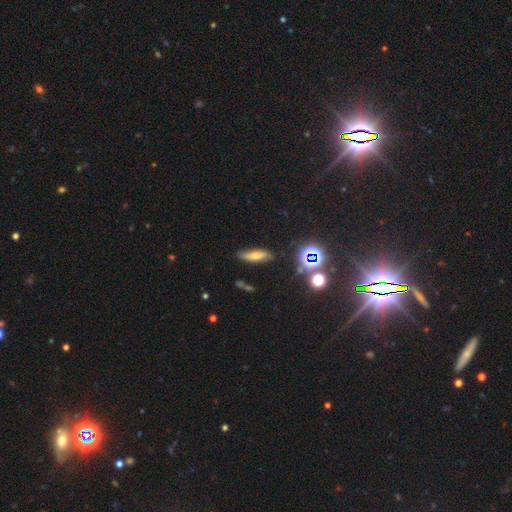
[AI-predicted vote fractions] This is possibly a smooth galaxy (52%). How rounded: likely cigar-shaped (64%). Merging: likely none (79%).